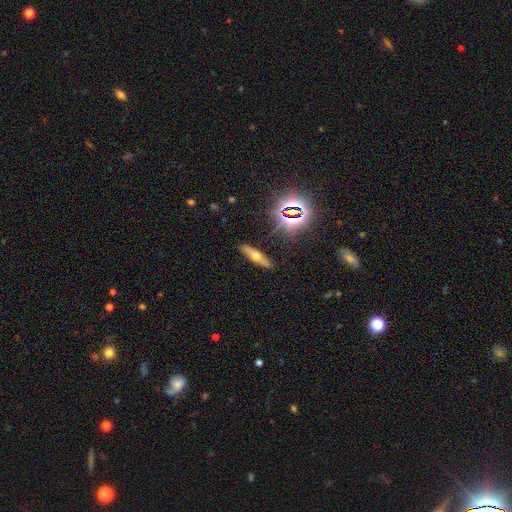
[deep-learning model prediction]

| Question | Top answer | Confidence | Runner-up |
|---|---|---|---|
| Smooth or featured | smooth | 42% | featured or disk (41%) |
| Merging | none | 87% | minor disturbance (9%) |